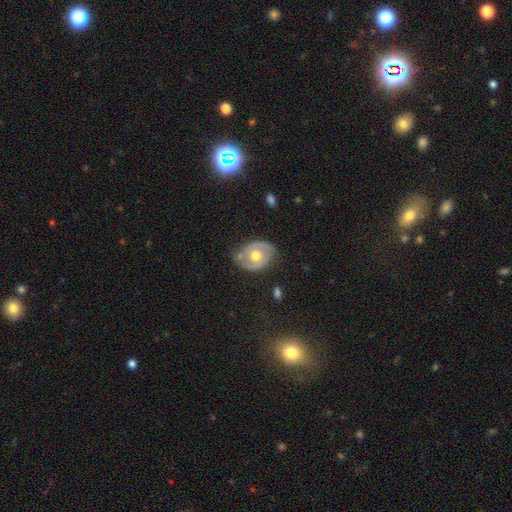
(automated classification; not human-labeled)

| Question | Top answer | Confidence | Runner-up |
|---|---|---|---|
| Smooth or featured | featured or disk | 69% | smooth (25%) |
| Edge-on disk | no | 96% | yes (4%) |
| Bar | no | 73% | weak (22%) |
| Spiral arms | yes | 73% | no (27%) |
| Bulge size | moderate | 79% | small (9%) |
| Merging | none | 66% | minor disturbance (24%) |